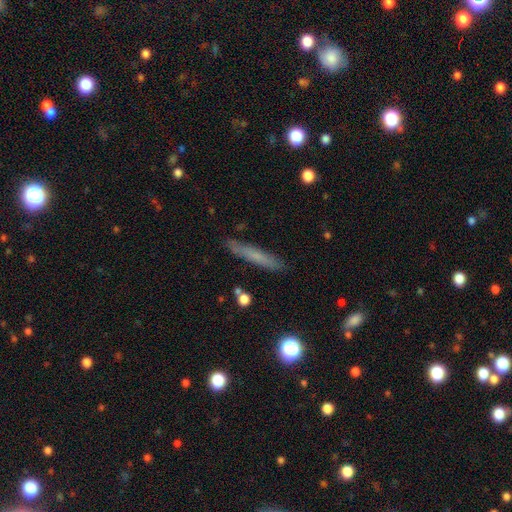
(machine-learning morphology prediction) smooth_or_featured: smooth (p=0.59) [alt: featured or disk p=0.33]
how_rounded: cigar-shaped (p=0.92) [alt: in between p=0.06]
merging: none (p=0.86) [alt: minor disturbance p=0.10]